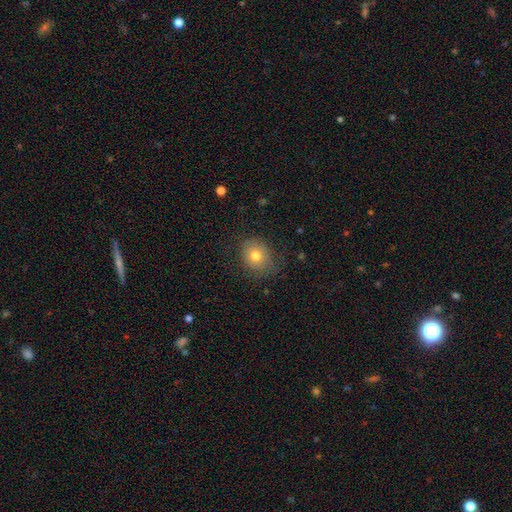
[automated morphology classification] A smooth galaxy with no disk features (74%) that is round (69%).

Vote fractions:
- Smooth or featured? smooth: 74% / featured or disk: 14% / star or artifact: 11%
- How rounded? round: 69% / in between: 30% / cigar-shaped: 1%
- Merging? none: 74% / minor disturbance: 18% / major disturbance: 7% / merger: 1%